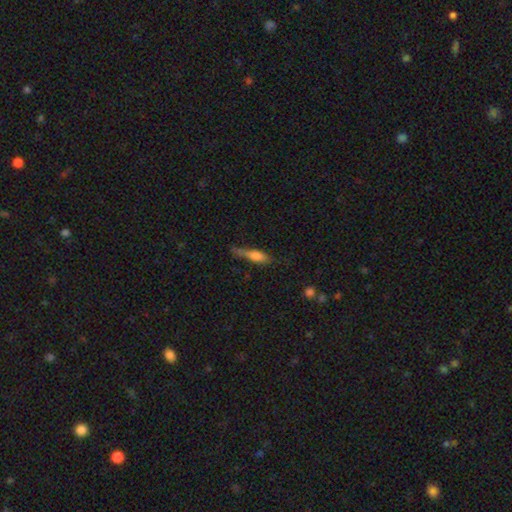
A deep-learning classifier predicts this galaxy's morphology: type=smooth (62%); roundness=cigar-shaped (70%); merging=none (52%).